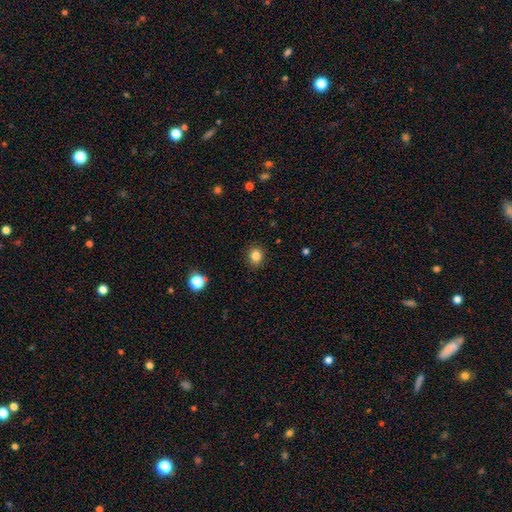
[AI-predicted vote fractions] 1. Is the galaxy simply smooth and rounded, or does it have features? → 83% smooth, 12% star or artifact, 5% featured or disk.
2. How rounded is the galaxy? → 76% round, 23% in between, 1% cigar-shaped.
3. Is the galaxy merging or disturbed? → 90% none, 7% minor disturbance, 2% major disturbance, 1% merger.